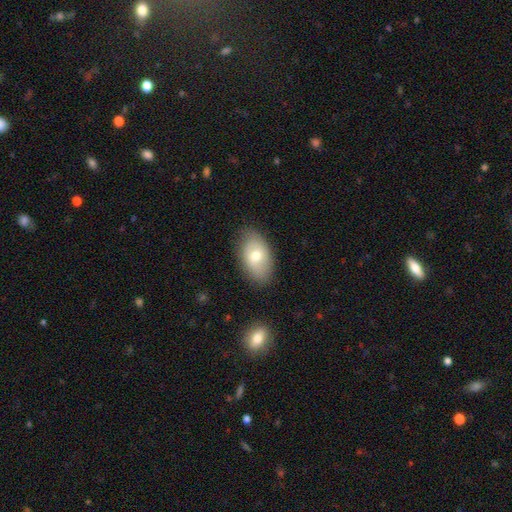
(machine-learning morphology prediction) smooth_or_featured: smooth (p=0.66) [alt: featured or disk p=0.27]
how_rounded: in between (p=0.90) [alt: round p=0.09]
merging: none (p=0.81) [alt: minor disturbance p=0.14]